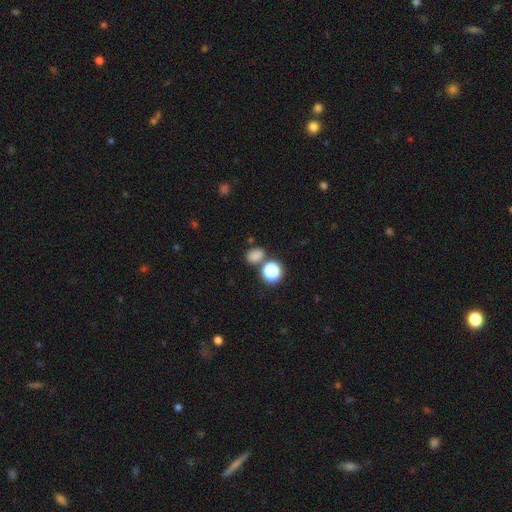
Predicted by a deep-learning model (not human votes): The model was most divided on "how rounded": in between: 50%, round: 48%, cigar-shaped: 1%. More confident: smooth or featured — smooth (76%); merging — none (71%).